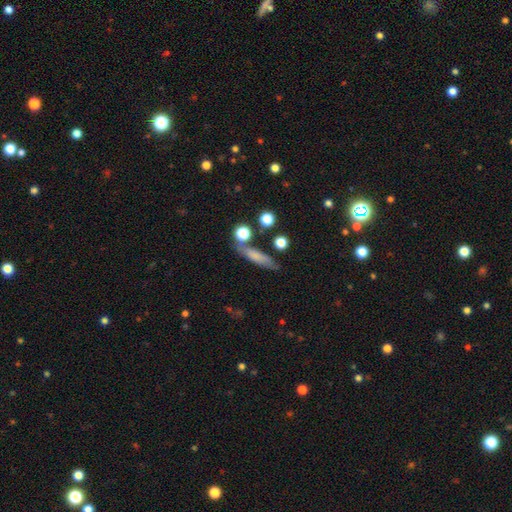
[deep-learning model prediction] A smooth galaxy with no disk features (70%) that is cigar-shaped (68%). Merging: none (66%).